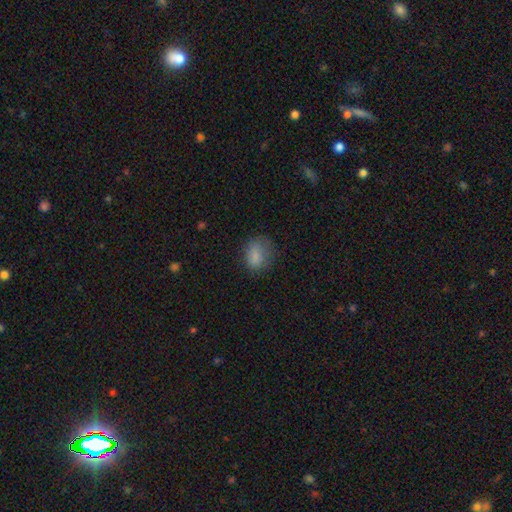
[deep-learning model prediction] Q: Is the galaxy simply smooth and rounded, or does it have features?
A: smooth — 81%.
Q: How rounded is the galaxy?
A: in between — 59%.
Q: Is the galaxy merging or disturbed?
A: none — 61%.